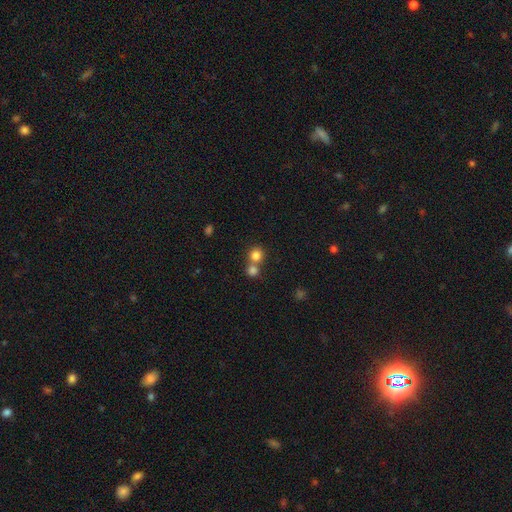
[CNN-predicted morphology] Smooth or featured: smooth — 81% (star or artifact — 12%)
How rounded: round — 90% (in between — 9%)
Merging: none — 51% (merger — 41%)